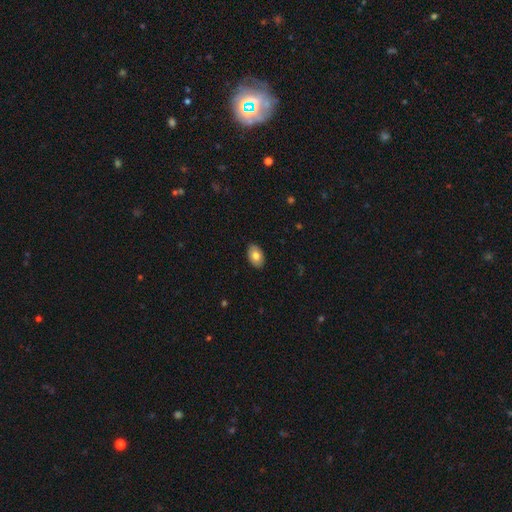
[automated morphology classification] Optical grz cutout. It shows a smooth galaxy with no disk features (77%) that is in between round and cigar-shaped (90%). Merging: none (89%).